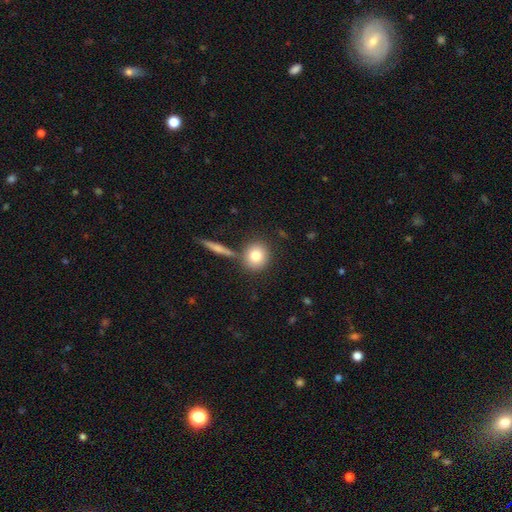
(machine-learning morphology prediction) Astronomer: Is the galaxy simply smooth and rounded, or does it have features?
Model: smooth — 80%.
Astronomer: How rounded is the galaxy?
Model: round — 86%.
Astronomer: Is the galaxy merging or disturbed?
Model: none — 74%.